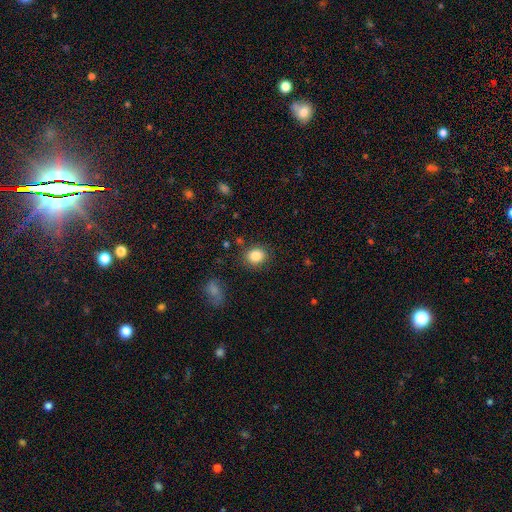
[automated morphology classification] A smooth galaxy with no disk features (85%) that is round (69%).

Vote fractions:
- Smooth or featured? smooth: 85% / star or artifact: 10% / featured or disk: 6%
- How rounded? round: 69% / in between: 30% / cigar-shaped: 1%
- Merging? none: 85% / minor disturbance: 10% / major disturbance: 3% / merger: 2%